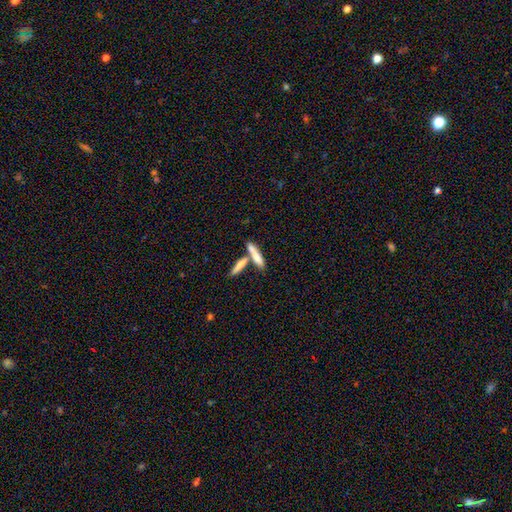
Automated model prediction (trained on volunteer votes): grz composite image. It shows a smooth galaxy with no disk features (70%) that is cigar-shaped (81%). Merging: none (48%).